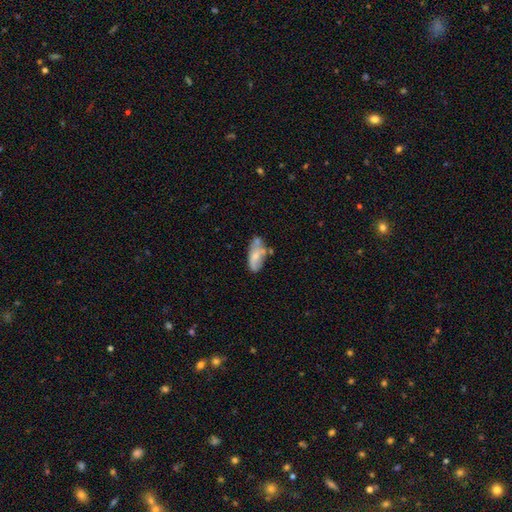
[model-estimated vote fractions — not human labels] Morphology: type=smooth (61%); roundness=in between (88%); merging=none (40%).